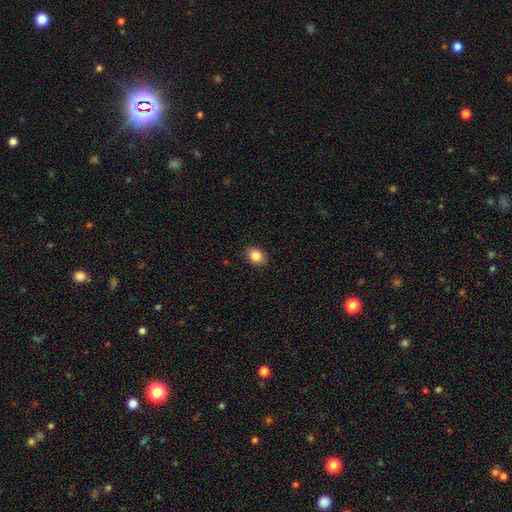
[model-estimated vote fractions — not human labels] This appears to be a smooth galaxy with no disk features (85%) that is in between round and cigar-shaped (65%). Merging: none (89%).